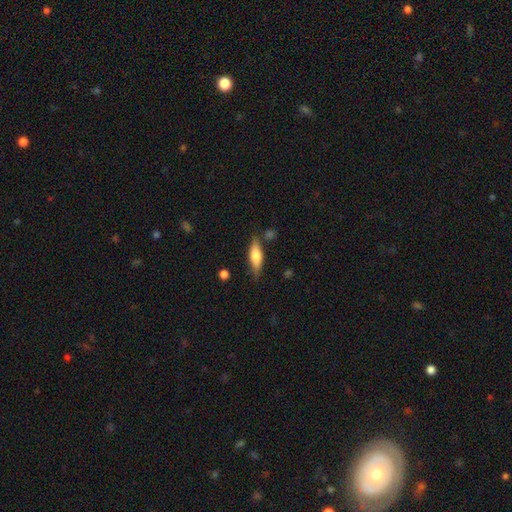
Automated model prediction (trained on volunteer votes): Smooth or featured: smooth — 63% (featured or disk — 31%)
How rounded: in between — 52% (cigar-shaped — 45%)
Merging: none — 75% (minor disturbance — 17%)